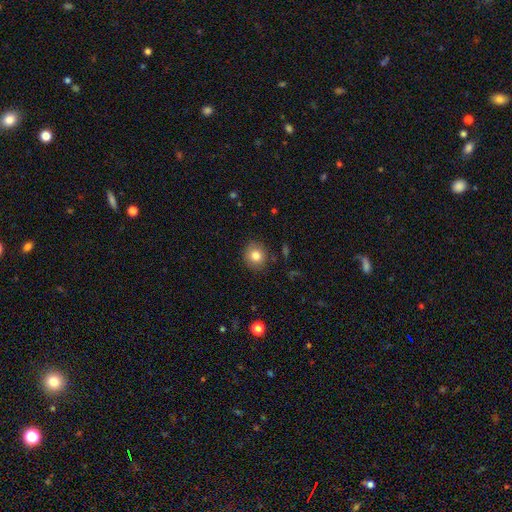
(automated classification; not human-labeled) smooth-or-featured: smooth: 81% | star or artifact: 10% | featured or disk: 9%
  how-rounded: round: 81% | in between: 18% | cigar-shaped: 1%
  merging: none: 87% | minor disturbance: 9% | major disturbance: 2% | merger: 1%